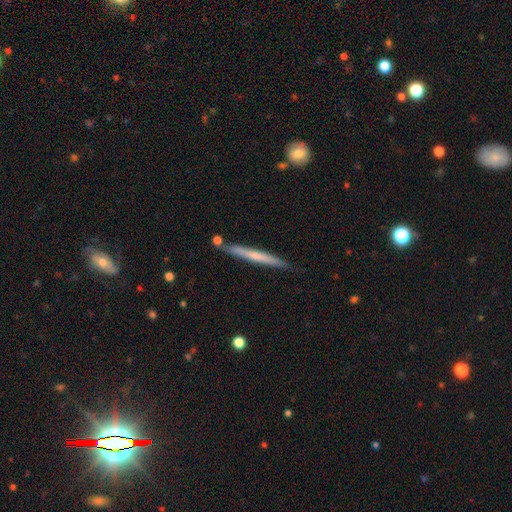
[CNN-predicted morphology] Overall: smooth (53%; featured or disk 42%). How rounded: cigar-shaped (97%). Merging: none (86%).